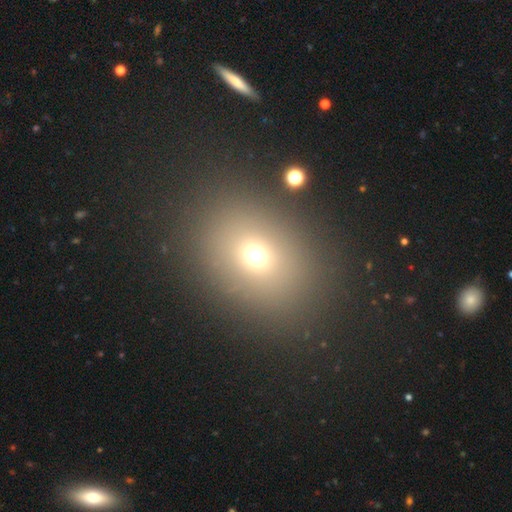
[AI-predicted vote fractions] Q: Smooth or featured?
A: smooth (67%); runner-up: star or artifact (20%)
Q: How rounded?
A: in between (52%); runner-up: round (47%)
Q: Merging?
A: none (85%); runner-up: minor disturbance (8%)